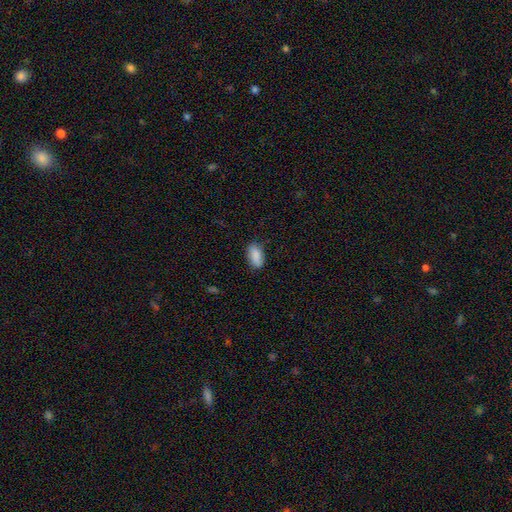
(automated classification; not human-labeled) Smooth or featured? Predicted: smooth (p=0.87). How rounded? Predicted: in between (p=0.90). Merging? Predicted: none (p=0.83).